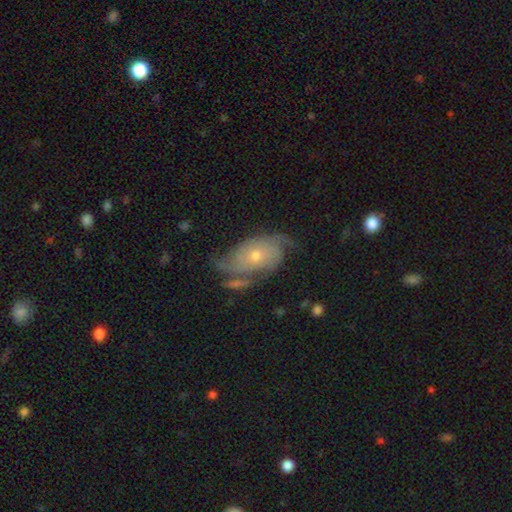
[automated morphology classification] This appears to be a featured or disk galaxy (75%) with no bar (79%), 2 (45%) tight (36%, tied with medium) spiral arms (89%) and a small central bulge (55%). Merging: none (53%).